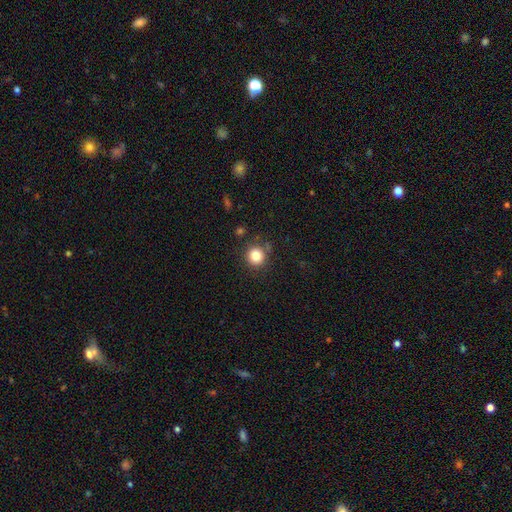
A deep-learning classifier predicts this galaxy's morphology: This appears to be a smooth galaxy with no disk features (83%) that is round (92%). Merging: none (84%).